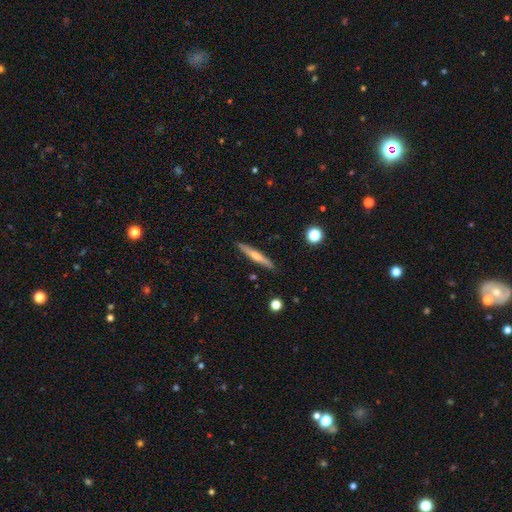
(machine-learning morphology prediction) Smooth or featured? featured or disk (53%)
Edge-on disk? yes (97%)
Edge-on bulge? rounded (71%)
Merging? none (91%)